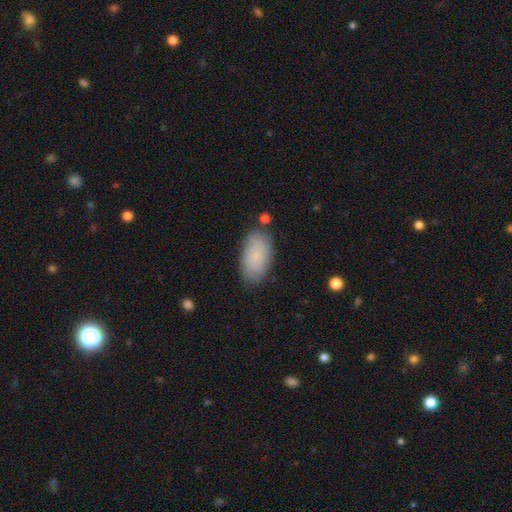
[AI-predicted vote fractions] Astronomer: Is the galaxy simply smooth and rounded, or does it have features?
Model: smooth — 79%.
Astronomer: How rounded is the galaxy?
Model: in between — 95%.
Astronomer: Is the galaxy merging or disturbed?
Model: none — 79%.